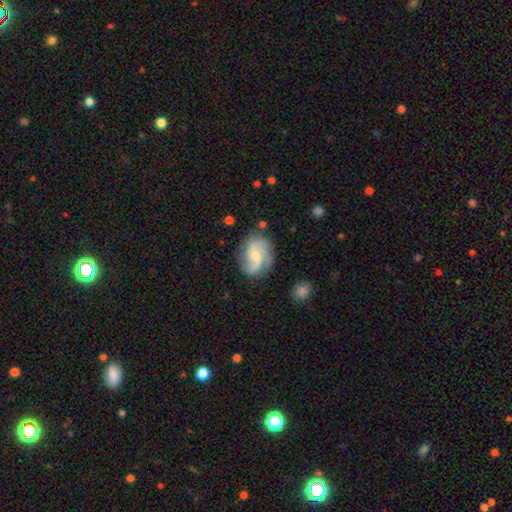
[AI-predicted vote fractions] This is clearly a featured or disk galaxy (81%). It is clearly not viewed edge-on (98%). Bar: possibly no (58%). Spiral arm pattern: clearly yes (97%). Spiral arm count: marginally 2 (41%). Spiral winding: possibly medium (48%). Central bulge: likely small (61%). Merging: likely none (75%).